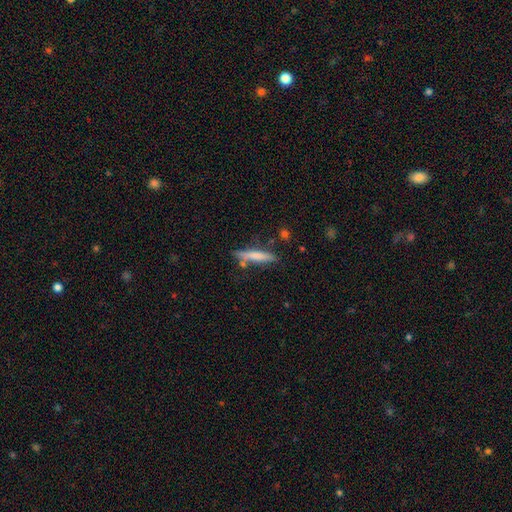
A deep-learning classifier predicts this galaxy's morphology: type=smooth (65%); roundness=cigar-shaped (89%); merging=none (73%).